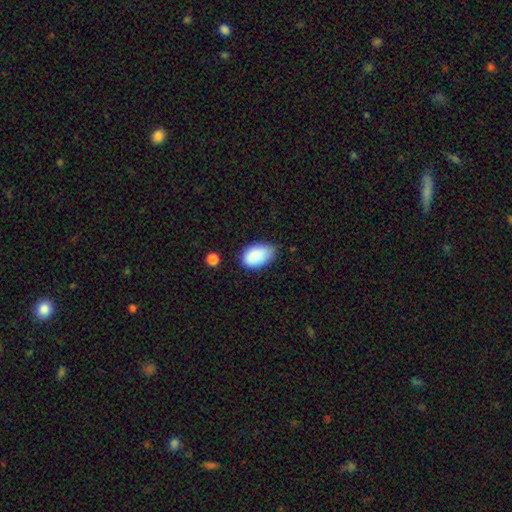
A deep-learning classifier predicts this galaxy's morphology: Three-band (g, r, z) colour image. It shows a smooth galaxy with no disk features (88%) that is in between round and cigar-shaped (93%). Merging: none (65%).